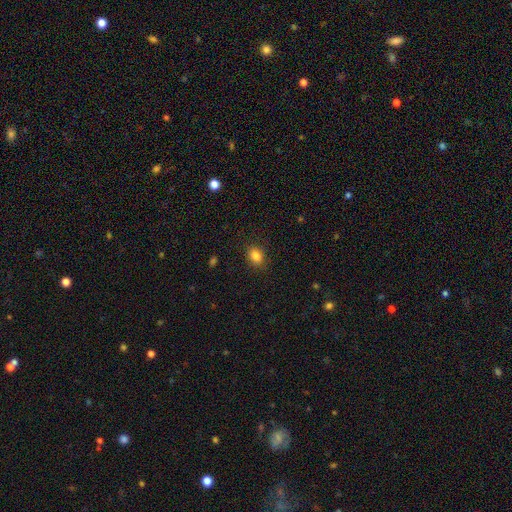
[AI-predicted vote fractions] This appears to be a smooth galaxy with no disk features (84%) that is in between round and cigar-shaped (51%). Merging: none (88%).